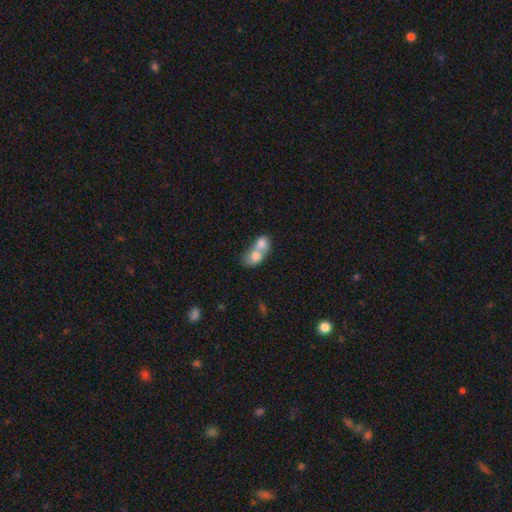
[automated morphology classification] type=smooth (71%); roundness=in between (58%); merging=merger (82%).